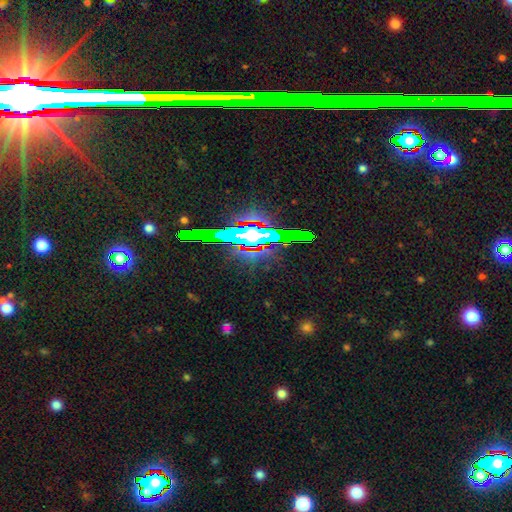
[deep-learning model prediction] smooth-or-featured: star or artifact: 77% | featured or disk: 13% | smooth: 10%